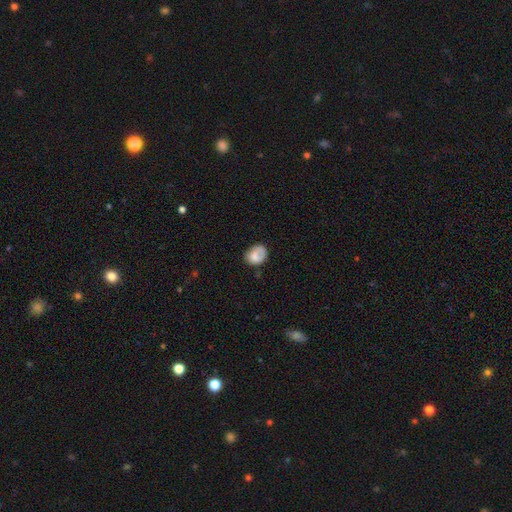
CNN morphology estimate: This is likely a smooth galaxy (74%). How rounded: possibly round (52%). Merging: possibly none (58%).